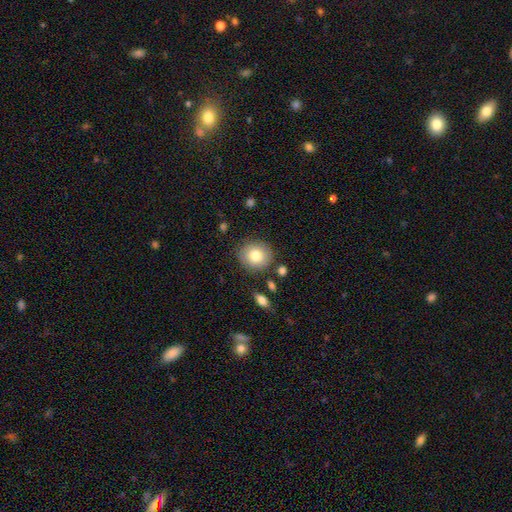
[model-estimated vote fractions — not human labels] A smooth galaxy with no disk features (78%) that is round (85%). Merging: none (83%).